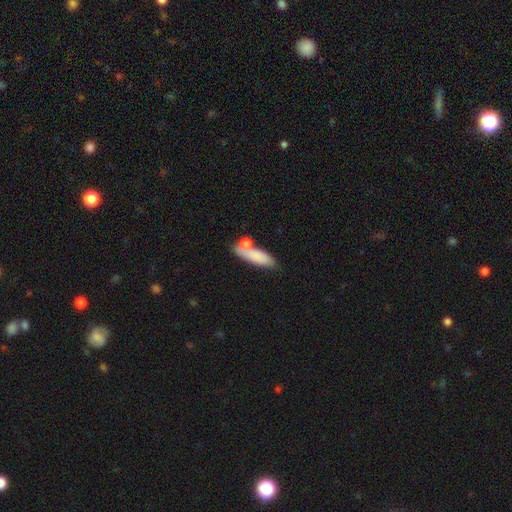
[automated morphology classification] smooth 78%, featured or disk 15%, star or artifact 7%. Down the decision tree: how rounded — in between (56%); merging — none (52%).